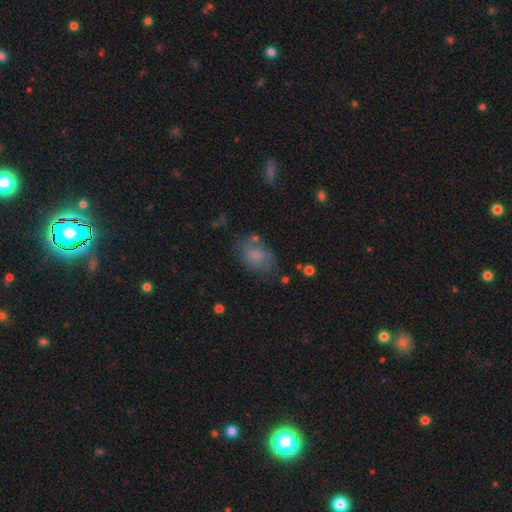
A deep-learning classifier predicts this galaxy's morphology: A smooth galaxy with no disk features (67%) that is in between round and cigar-shaped (79%). Merging: none (56%).